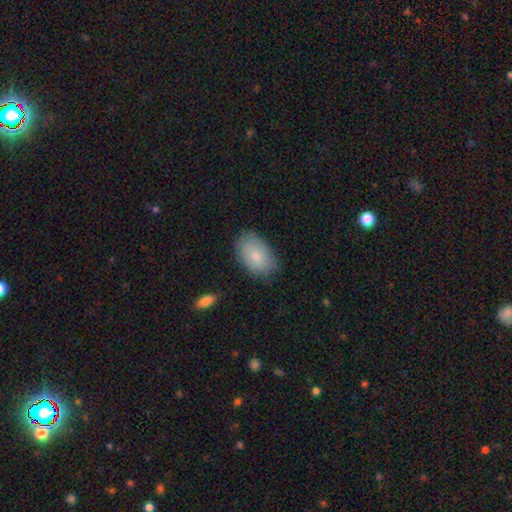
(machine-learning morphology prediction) Smooth or featured? Predicted: smooth (p=0.80). How rounded? Predicted: in between (p=0.91). Merging? Predicted: none (p=0.78).